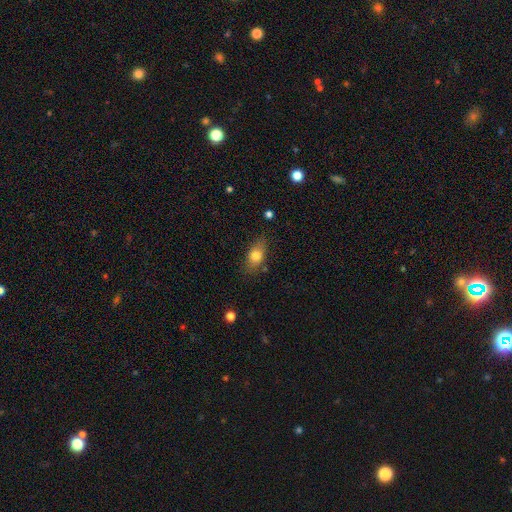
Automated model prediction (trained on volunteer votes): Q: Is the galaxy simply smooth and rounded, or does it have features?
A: smooth — 76%.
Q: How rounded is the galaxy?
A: in between — 79%.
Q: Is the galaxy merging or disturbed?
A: none — 78%.